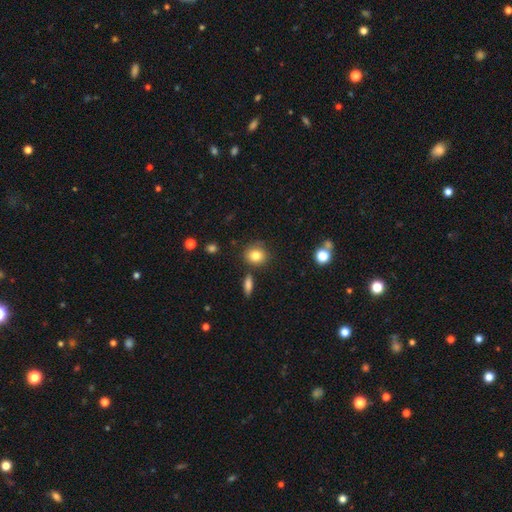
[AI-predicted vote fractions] Q: Smooth or featured?
A: smooth (82%); runner-up: star or artifact (10%)
Q: How rounded?
A: round (75%); runner-up: in between (23%)
Q: Merging?
A: none (78%); runner-up: minor disturbance (12%)